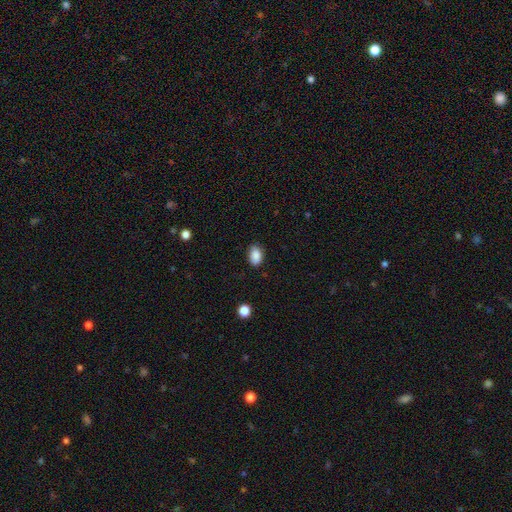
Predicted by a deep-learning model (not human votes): Smooth or featured?
  - smooth: 88% *
  - star or artifact: 8%
  - featured or disk: 4%
How rounded?
  - in between: 87% *
  - round: 12%
  - cigar-shaped: 1%
Merging?
  - none: 82% *
  - minor disturbance: 15%
  - major disturbance: 3%
  - merger: 1%